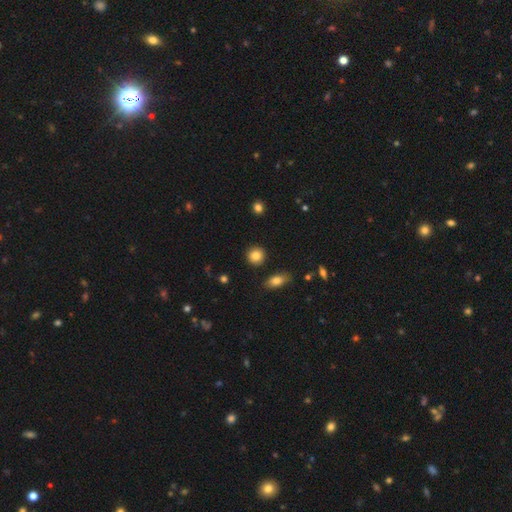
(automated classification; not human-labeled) A smooth galaxy with no disk features (85%) that is round (90%).

Vote fractions:
- Smooth or featured? smooth: 85% / star or artifact: 9% / featured or disk: 6%
- How rounded? round: 90% / in between: 9% / cigar-shaped: 1%
- Merging? none: 90% / minor disturbance: 6% / merger: 2% / major disturbance: 2%